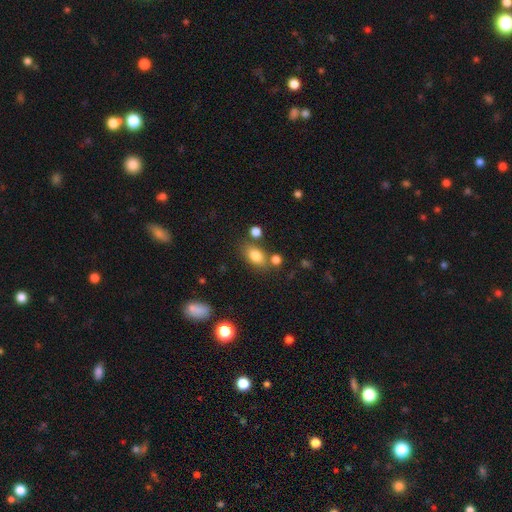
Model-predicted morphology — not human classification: This is clearly a smooth galaxy (81%). How rounded: clearly in between (82%). Merging: likely none (69%).